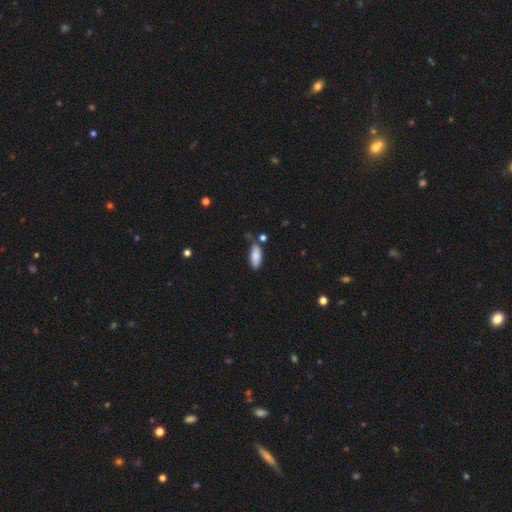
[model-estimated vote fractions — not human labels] Morphology: type=smooth (85%); roundness=in between (83%); merging=none (68%).